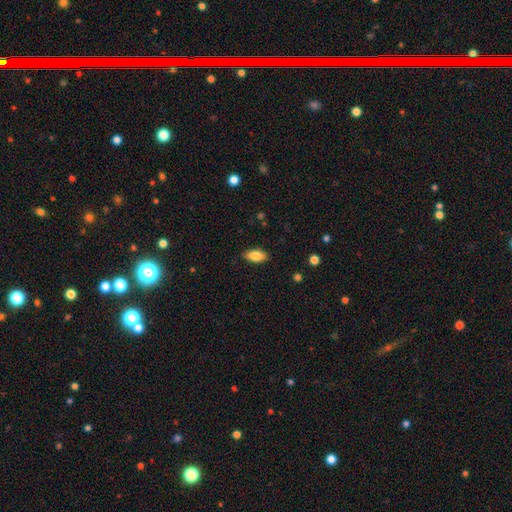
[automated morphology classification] smooth-or-featured: smooth: 83% | featured or disk: 10% | star or artifact: 7%
  how-rounded: in between: 91% | cigar-shaped: 5% | round: 3%
  merging: none: 87% | minor disturbance: 9% | major disturbance: 2% | merger: 1%